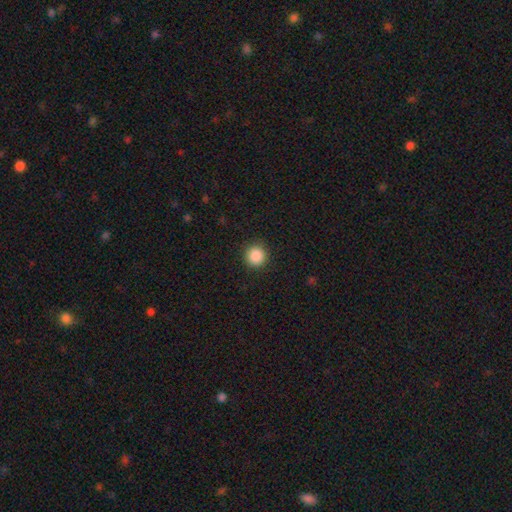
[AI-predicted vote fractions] Smooth or featured: smooth — 88% (star or artifact — 9%)
How rounded: round — 94% (in between — 5%)
Merging: none — 91% (minor disturbance — 6%)